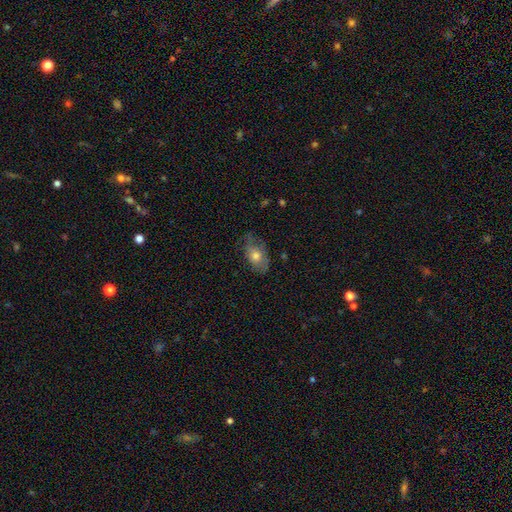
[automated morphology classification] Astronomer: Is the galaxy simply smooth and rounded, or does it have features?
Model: smooth — 62%.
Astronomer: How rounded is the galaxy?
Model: in between — 87%.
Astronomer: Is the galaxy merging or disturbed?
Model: none — 63%.